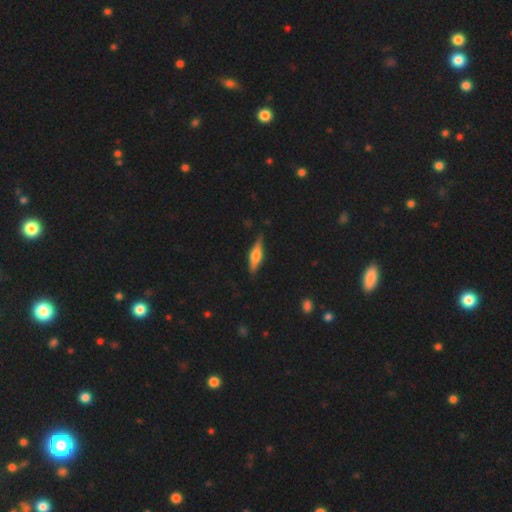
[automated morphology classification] type=featured or disk (65%); edge-on=yes (95%); edge-on bulge=rounded (88%); merging=none (86%).